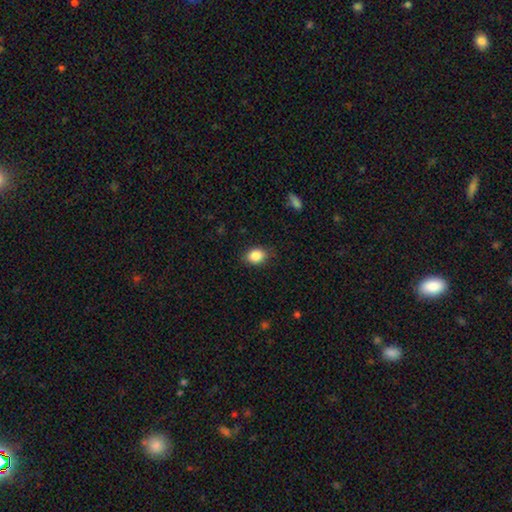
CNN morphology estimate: A smooth galaxy with no disk features (86%) that is in between round and cigar-shaped (61%). Merging: none (85%).